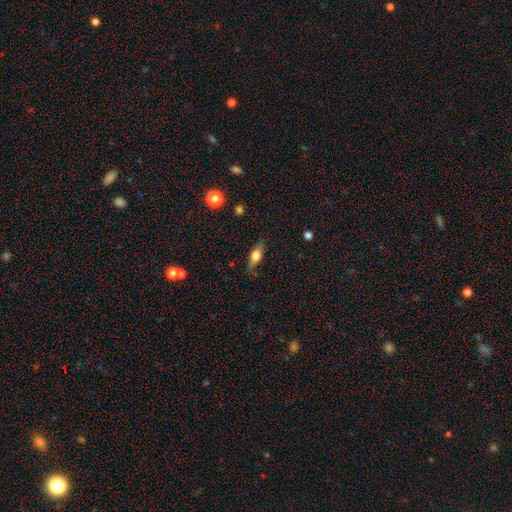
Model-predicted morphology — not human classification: Smooth or featured?
  - smooth: 55% *
  - featured or disk: 37%
  - star or artifact: 8%
How rounded?
  - in between: 63% *
  - cigar-shaped: 31%
  - round: 7%
Merging?
  - none: 79% *
  - minor disturbance: 16%
  - major disturbance: 4%
  - merger: 1%